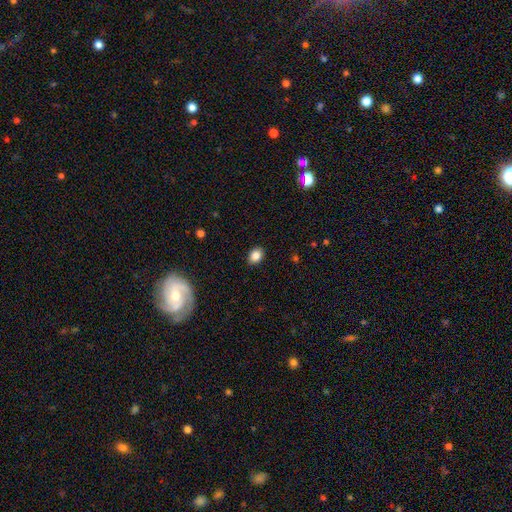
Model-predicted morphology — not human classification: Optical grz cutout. It shows a smooth galaxy with no disk features (85%) that is in between round and cigar-shaped (65%). Merging: none (89%).